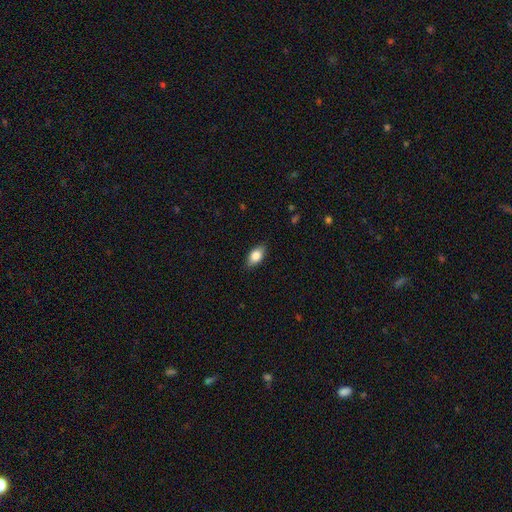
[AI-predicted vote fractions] smooth-or-featured: smooth: 80% | featured or disk: 13% | star or artifact: 7%
  how-rounded: in between: 89% | round: 6% | cigar-shaped: 6%
  merging: none: 86% | minor disturbance: 11% | major disturbance: 2% | merger: 1%